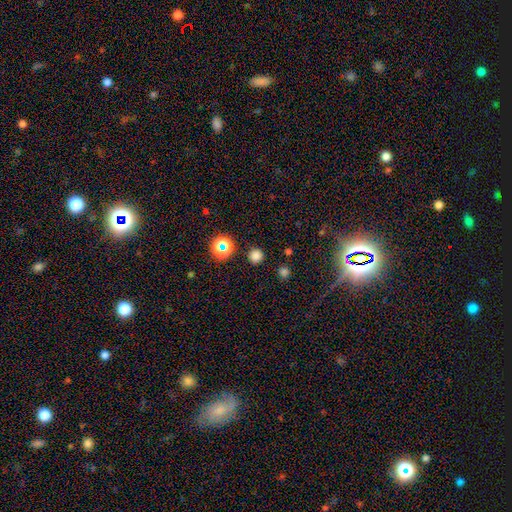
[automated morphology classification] smooth_or_featured: smooth (p=0.75) [alt: star or artifact p=0.20]
how_rounded: round (p=0.95) [alt: in between p=0.04]
merging: none (p=0.90) [alt: minor disturbance p=0.06]